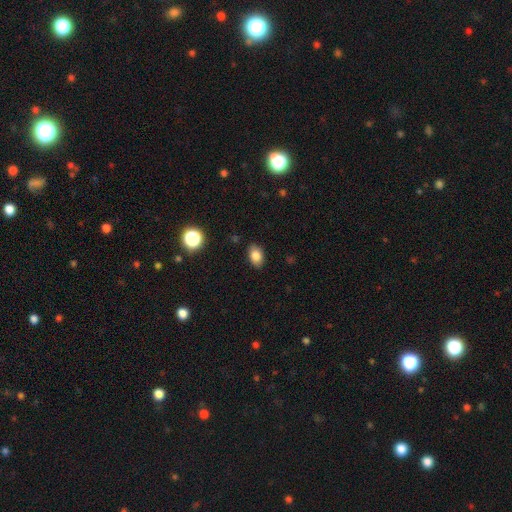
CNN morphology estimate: This appears to be a smooth galaxy with no disk features (82%) that is in between round and cigar-shaped (83%). Merging: none (86%).